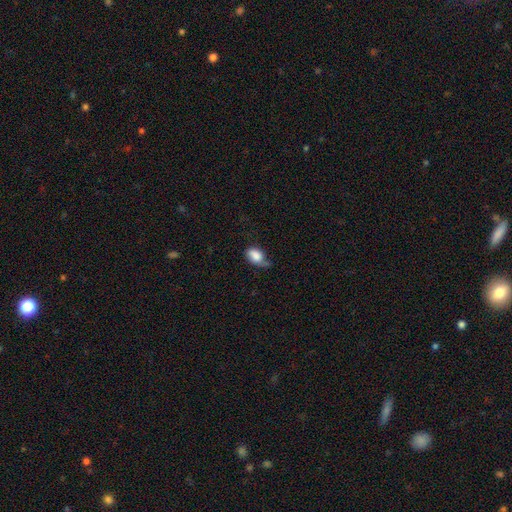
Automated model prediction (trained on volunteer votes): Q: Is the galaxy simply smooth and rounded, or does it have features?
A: smooth — 81%.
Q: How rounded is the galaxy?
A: in between — 82%.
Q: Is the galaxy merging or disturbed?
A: minor disturbance — 41%.